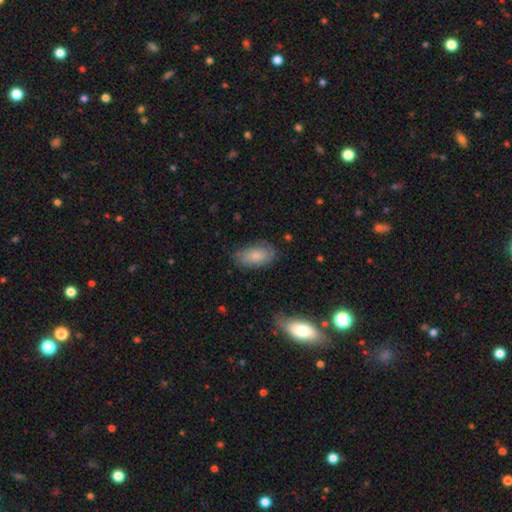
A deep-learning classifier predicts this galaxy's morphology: A smooth galaxy with no disk features (70%) that is in between round and cigar-shaped (93%).

Vote fractions:
- Smooth or featured? smooth: 70% / featured or disk: 23% / star or artifact: 8%
- How rounded? in between: 93% / round: 4% / cigar-shaped: 3%
- Merging? none: 71% / minor disturbance: 22% / major disturbance: 6% / merger: 2%